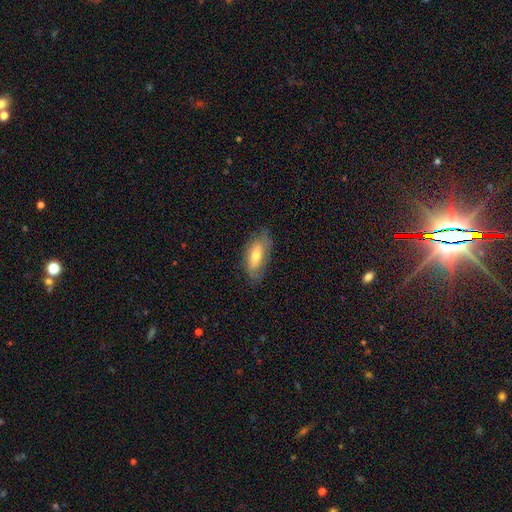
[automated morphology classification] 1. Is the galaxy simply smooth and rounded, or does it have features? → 54% smooth, 39% featured or disk, 7% star or artifact.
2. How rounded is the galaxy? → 83% in between, 13% cigar-shaped, 4% round.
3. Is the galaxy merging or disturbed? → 70% none, 23% minor disturbance, 7% major disturbance, 1% merger.